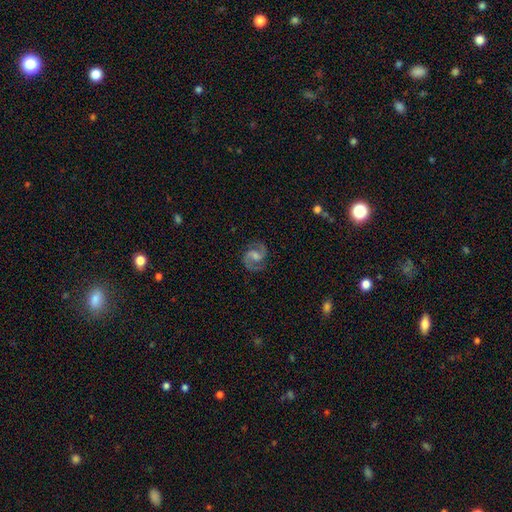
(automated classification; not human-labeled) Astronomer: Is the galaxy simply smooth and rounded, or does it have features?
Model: featured or disk — 89%.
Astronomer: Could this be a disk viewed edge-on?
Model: no — 98%.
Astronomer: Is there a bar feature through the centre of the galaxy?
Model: weak — 54% (runner-up: no, 31%).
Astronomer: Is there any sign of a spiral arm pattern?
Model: yes — 98%.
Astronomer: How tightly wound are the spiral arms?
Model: medium — 63%.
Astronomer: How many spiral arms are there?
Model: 2 — 94%.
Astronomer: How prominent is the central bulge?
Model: moderate — 47% (runner-up: small, 35%).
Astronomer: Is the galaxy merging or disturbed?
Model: none — 84%.